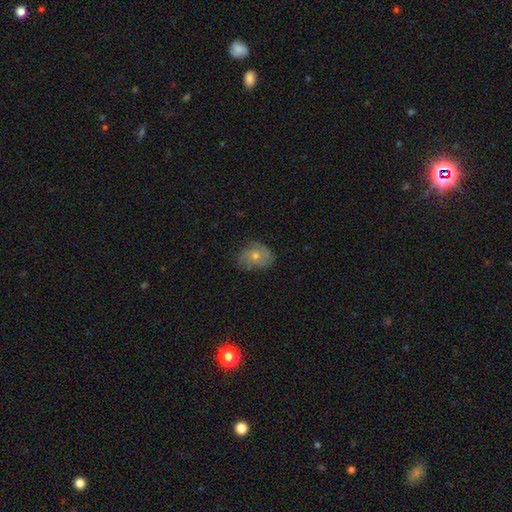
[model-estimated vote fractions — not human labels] Smooth or featured?
  - featured or disk: 49% *
  - smooth: 37%
  - star or artifact: 14%
Merging?
  - none: 71% *
  - minor disturbance: 21%
  - major disturbance: 7%
  - merger: 1%